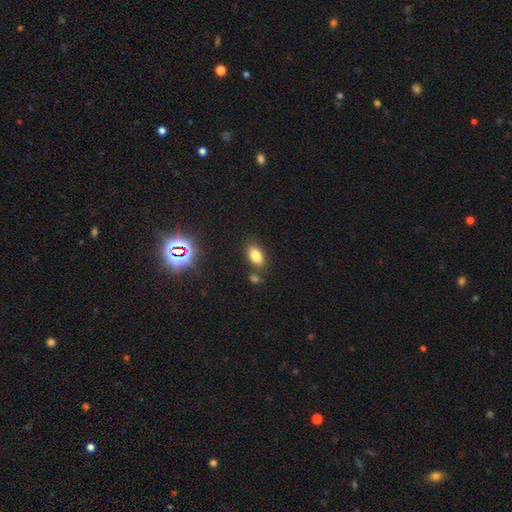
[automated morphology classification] Smooth or featured: smooth — 80% (star or artifact — 12%)
How rounded: in between — 90% (round — 7%)
Merging: none — 75% (minor disturbance — 12%)